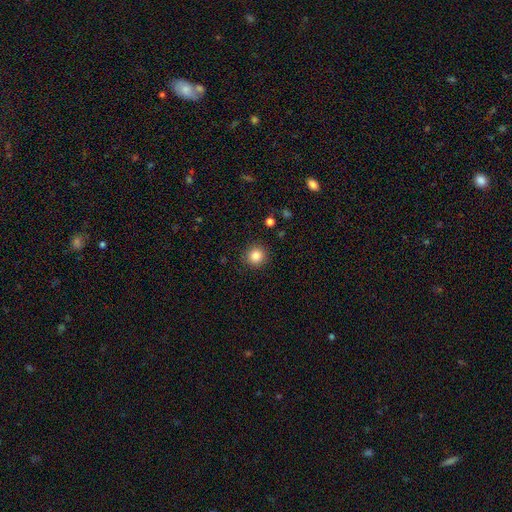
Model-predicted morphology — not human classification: smooth 85%, star or artifact 10%, featured or disk 5%. Down the decision tree: how rounded — round (92%); merging — none (90%).